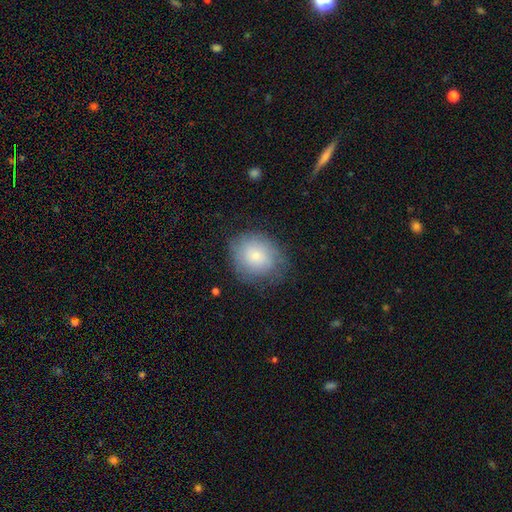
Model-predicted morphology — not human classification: A smooth galaxy with no disk features (68%) that is round (68%). Merging: none (69%).